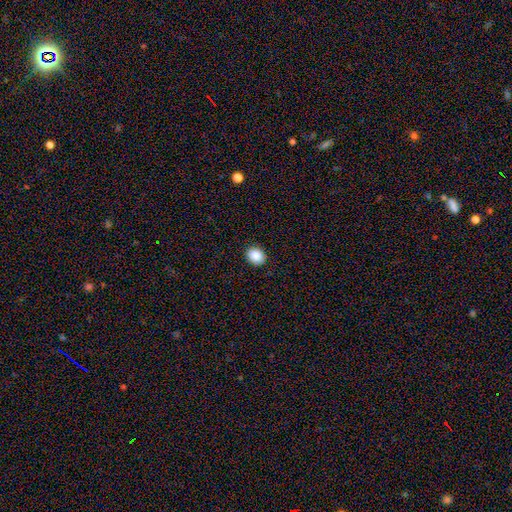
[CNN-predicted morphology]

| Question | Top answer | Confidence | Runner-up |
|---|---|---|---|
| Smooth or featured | smooth | 87% | star or artifact (9%) |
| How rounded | round | 59% | in between (41%) |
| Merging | none | 91% | minor disturbance (6%) |